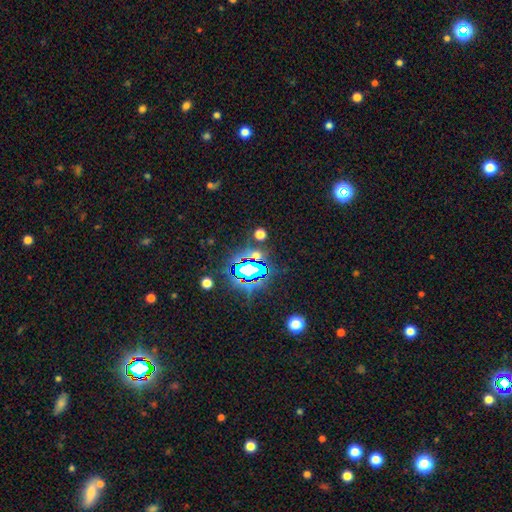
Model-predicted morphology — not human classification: A star or artifact, not a galaxy (65%).

Vote fractions:
- Smooth or featured? star or artifact: 65% / smooth: 25% / featured or disk: 10%